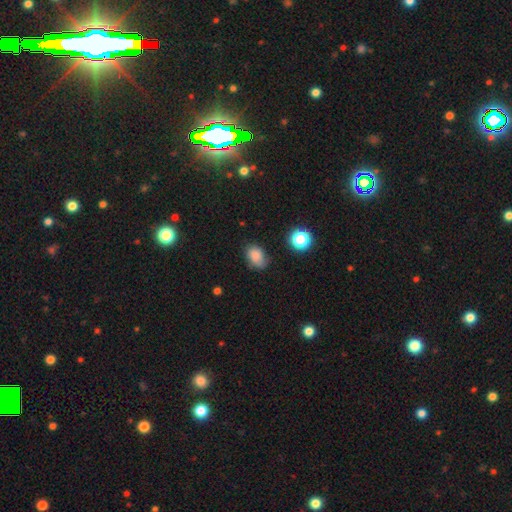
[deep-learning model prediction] Smooth or featured? Predicted: smooth (p=0.80). How rounded? Predicted: in between (p=0.75). Merging? Predicted: none (p=0.64).